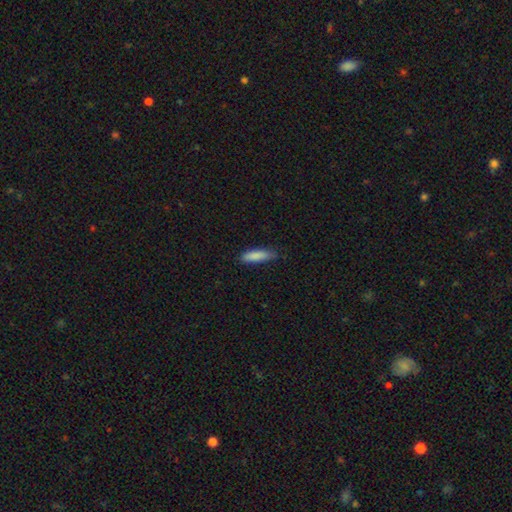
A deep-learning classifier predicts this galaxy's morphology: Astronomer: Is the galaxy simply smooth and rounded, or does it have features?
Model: smooth — 86%.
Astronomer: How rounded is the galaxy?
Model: cigar-shaped — 68%.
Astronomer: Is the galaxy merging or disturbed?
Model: none — 73%.